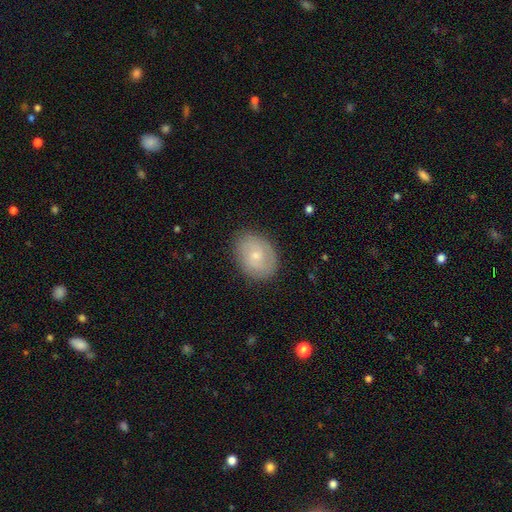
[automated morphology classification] Smooth or featured? smooth (48%)
Merging? none (82%)